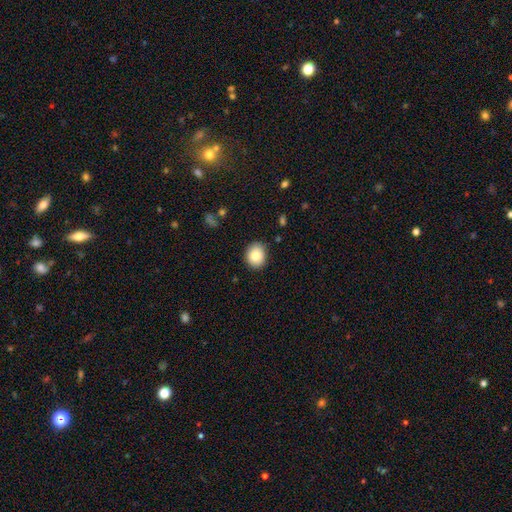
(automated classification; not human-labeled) This appears to be a smooth galaxy with no disk features (84%) that is round (63%). Merging: none (87%).